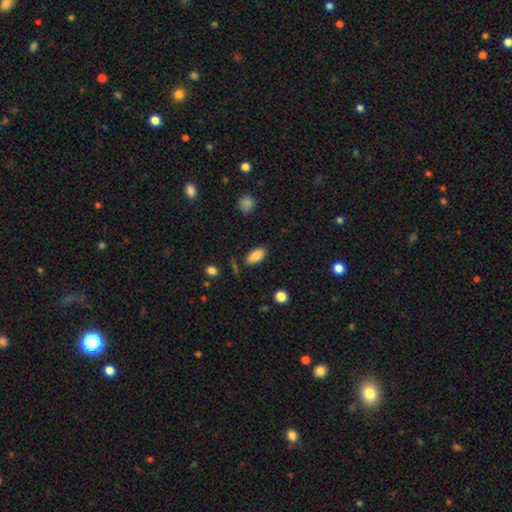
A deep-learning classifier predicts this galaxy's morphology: Smooth or featured? smooth (86%)
How rounded? in between (92%)
Merging? none (82%)